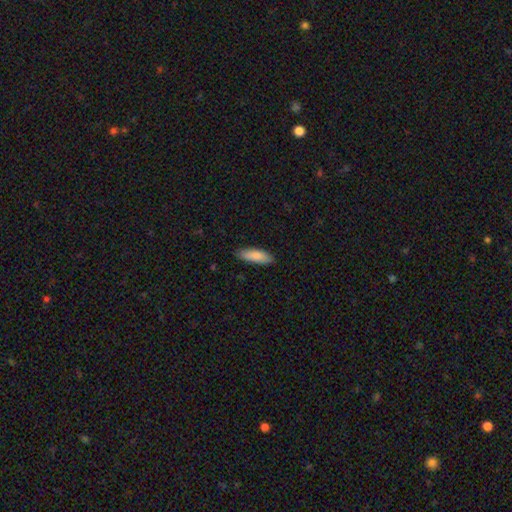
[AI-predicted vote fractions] Smooth or featured? smooth (85%)
How rounded? in between (55%)
Merging? none (86%)